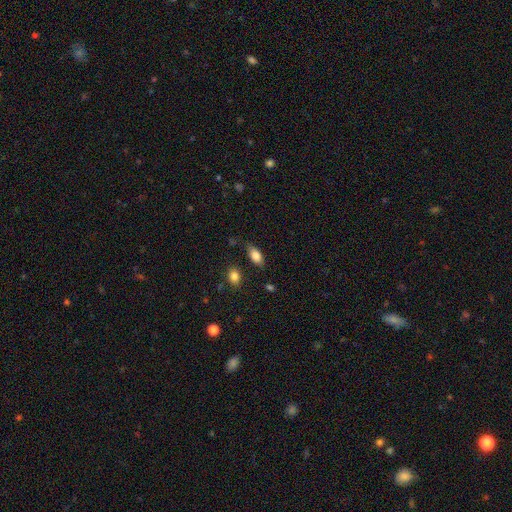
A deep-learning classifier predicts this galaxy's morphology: A smooth galaxy with no disk features (81%) that is in between round and cigar-shaped (87%).

Vote fractions:
- Smooth or featured? smooth: 81% / featured or disk: 11% / star or artifact: 8%
- How rounded? in between: 87% / cigar-shaped: 8% / round: 5%
- Merging? none: 75% / minor disturbance: 18% / major disturbance: 4% / merger: 3%